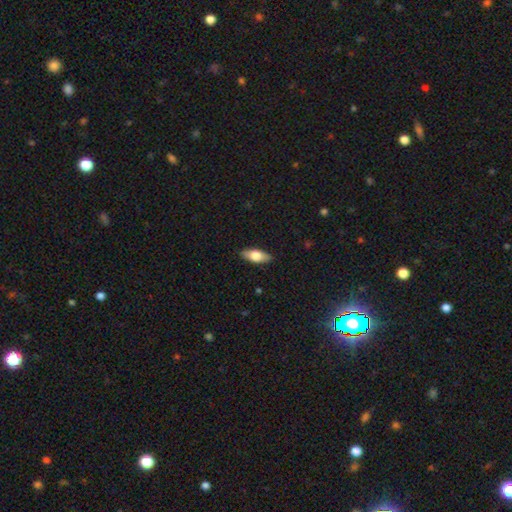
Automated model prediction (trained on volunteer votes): Smooth or featured?
  - smooth: 70% *
  - featured or disk: 25%
  - star or artifact: 6%
How rounded?
  - in between: 81% *
  - cigar-shaped: 17%
  - round: 3%
Merging?
  - none: 89% *
  - minor disturbance: 8%
  - major disturbance: 2%
  - merger: 1%